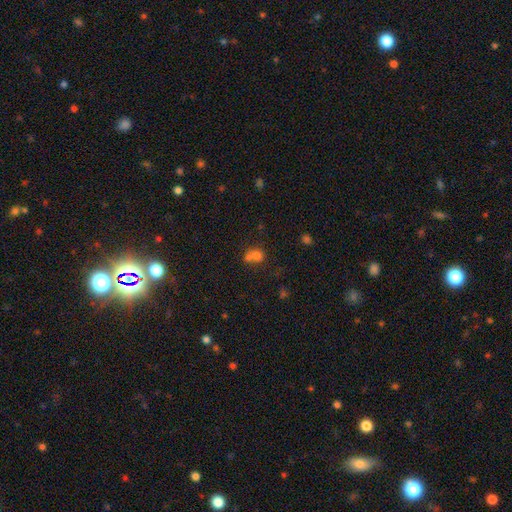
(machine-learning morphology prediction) type=smooth (70%); roundness=round (64%); merging=merger (61%).